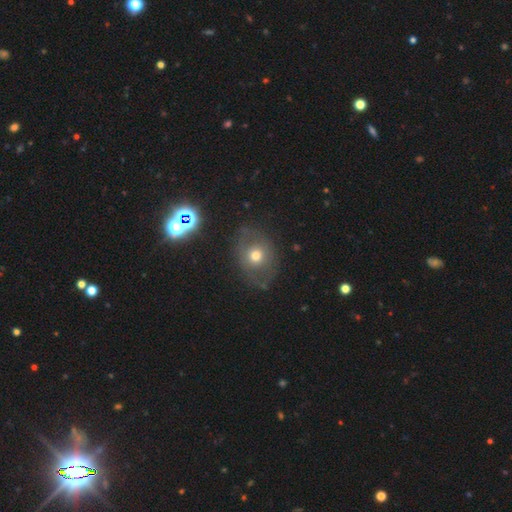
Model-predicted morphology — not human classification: A smooth galaxy with no disk features (57%) that is round (54%).

Vote fractions:
- Smooth or featured? smooth: 57% / featured or disk: 29% / star or artifact: 14%
- How rounded? round: 54% / in between: 45% / cigar-shaped: 1%
- Merging? none: 72% / minor disturbance: 16% / major disturbance: 9% / merger: 2%